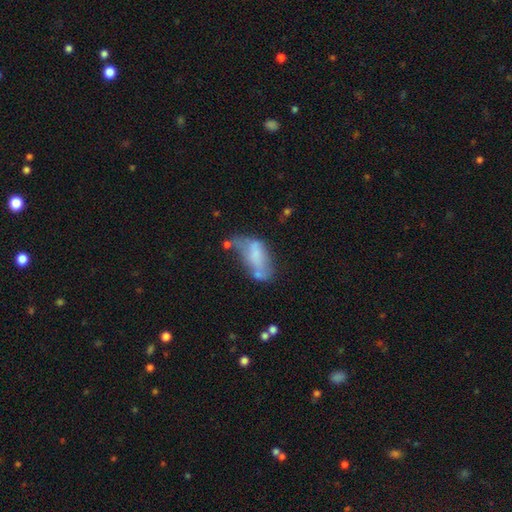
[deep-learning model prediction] A smooth galaxy with no disk features (47%). Merging: major disturbance (29%).